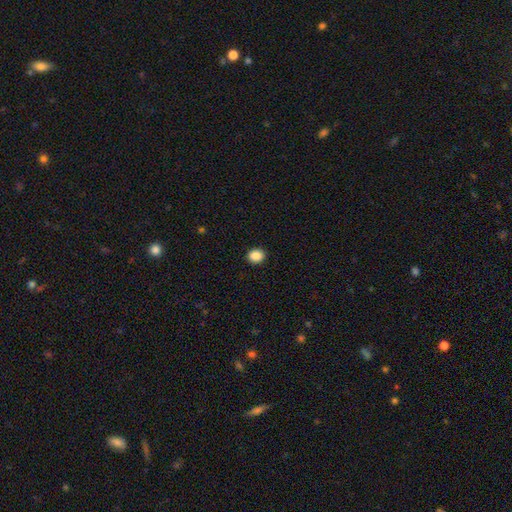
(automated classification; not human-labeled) smooth_or_featured: smooth (p=0.88) [alt: star or artifact p=0.09]
how_rounded: round (p=0.65) [alt: in between p=0.34]
merging: none (p=0.92) [alt: minor disturbance p=0.06]